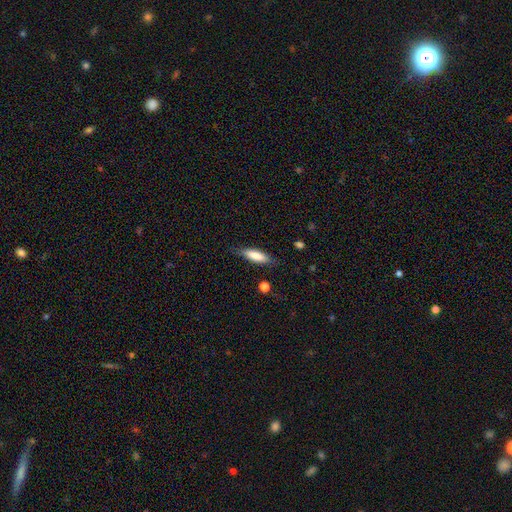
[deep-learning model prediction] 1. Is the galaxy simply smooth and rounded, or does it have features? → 81% smooth, 13% featured or disk, 6% star or artifact.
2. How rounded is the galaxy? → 56% cigar-shaped, 43% in between, 2% round.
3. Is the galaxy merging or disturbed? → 80% none, 15% minor disturbance, 4% major disturbance, 2% merger.